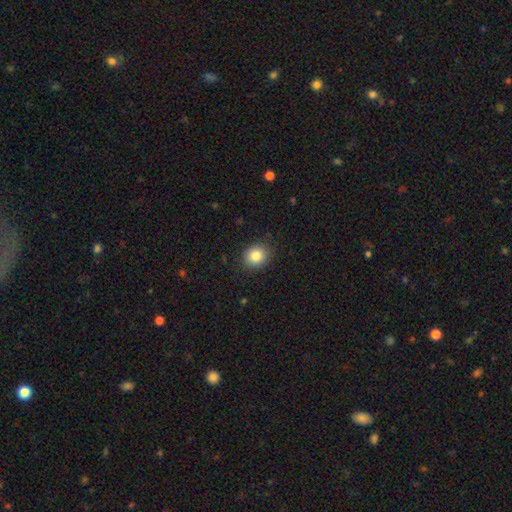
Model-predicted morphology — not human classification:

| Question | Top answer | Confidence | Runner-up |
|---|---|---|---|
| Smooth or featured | smooth | 84% | star or artifact (10%) |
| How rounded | round | 69% | in between (30%) |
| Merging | none | 86% | minor disturbance (10%) |